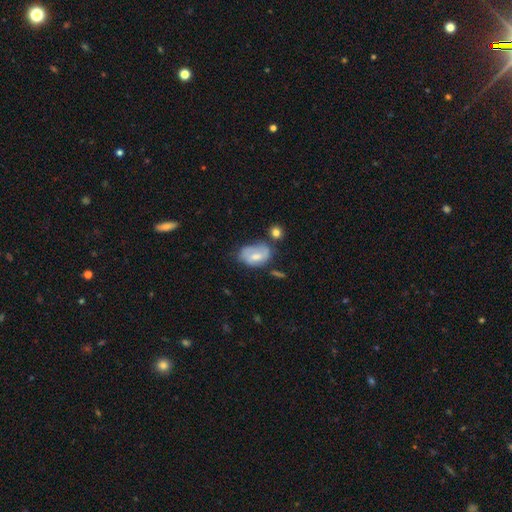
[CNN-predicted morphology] Smooth or featured? Predicted: smooth (p=0.51). How rounded? Predicted: in between (p=0.84). Merging? Predicted: none (p=0.36).